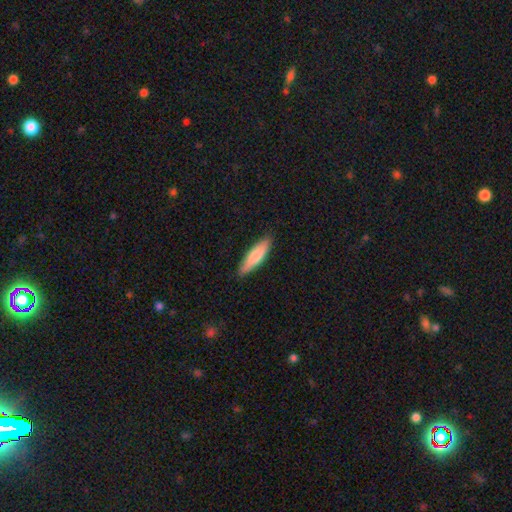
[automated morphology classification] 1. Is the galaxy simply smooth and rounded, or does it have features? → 79% smooth, 16% featured or disk, 5% star or artifact.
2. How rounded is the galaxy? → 71% cigar-shaped, 28% in between, 1% round.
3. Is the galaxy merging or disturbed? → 86% none, 11% minor disturbance, 2% major disturbance, 1% merger.